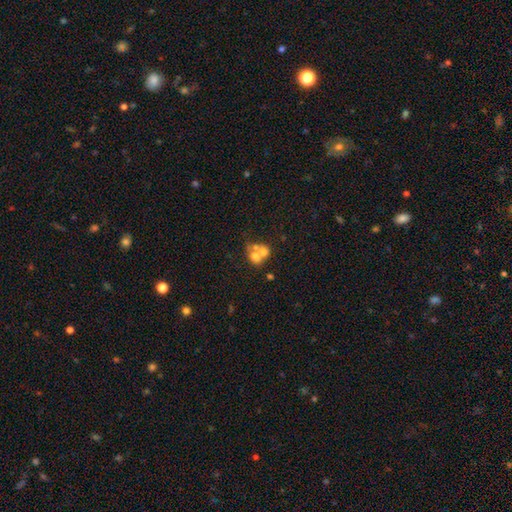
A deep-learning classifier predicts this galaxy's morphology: smooth-or-featured: smooth: 57% | featured or disk: 30% | star or artifact: 13%
  how-rounded: round: 54% | in between: 45% | cigar-shaped: 1%
  merging: merger: 63% | none: 23% | minor disturbance: 7% | major disturbance: 7%